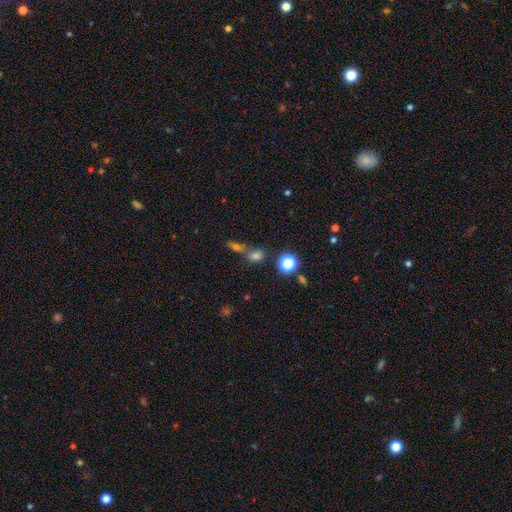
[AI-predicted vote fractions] Morphology: type=smooth (69%); roundness=in between (56%); merging=none (52%).